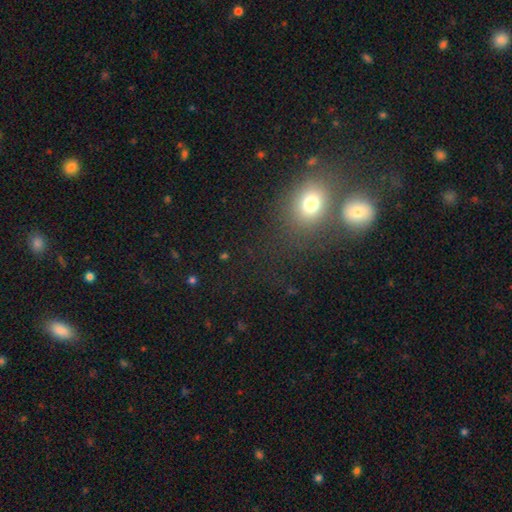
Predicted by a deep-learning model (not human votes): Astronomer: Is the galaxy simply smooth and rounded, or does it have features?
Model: smooth — 64%.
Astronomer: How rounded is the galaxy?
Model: round — 58% (runner-up: in between, 40%).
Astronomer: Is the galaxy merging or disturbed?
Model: none — 50% (runner-up: merger, 34%).